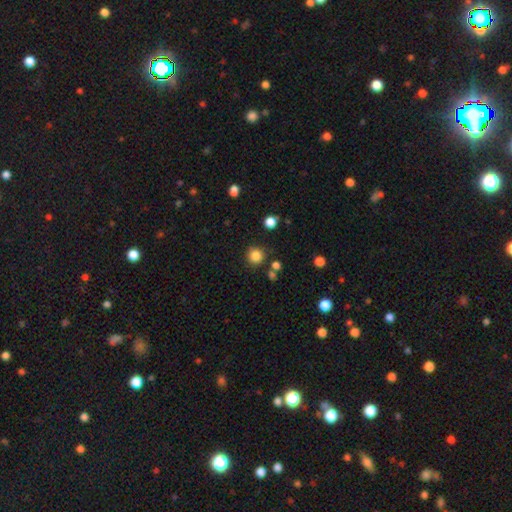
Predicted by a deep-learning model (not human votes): This appears to be a smooth galaxy with no disk features (84%) that is round (93%). Merging: none (84%).